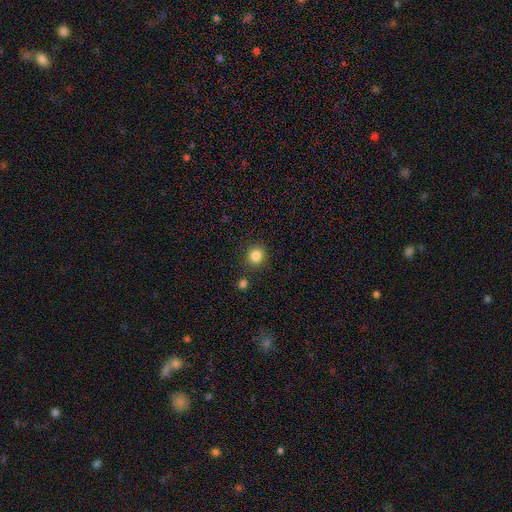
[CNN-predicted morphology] Smooth or featured? smooth (84%)
How rounded? round (88%)
Merging? none (88%)